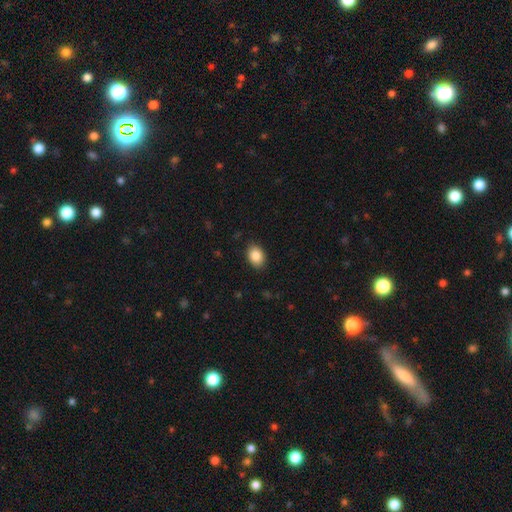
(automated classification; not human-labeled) smooth_or_featured: smooth (p=0.87) [alt: star or artifact p=0.08]
how_rounded: in between (p=0.77) [alt: round p=0.22]
merging: none (p=0.89) [alt: minor disturbance p=0.09]